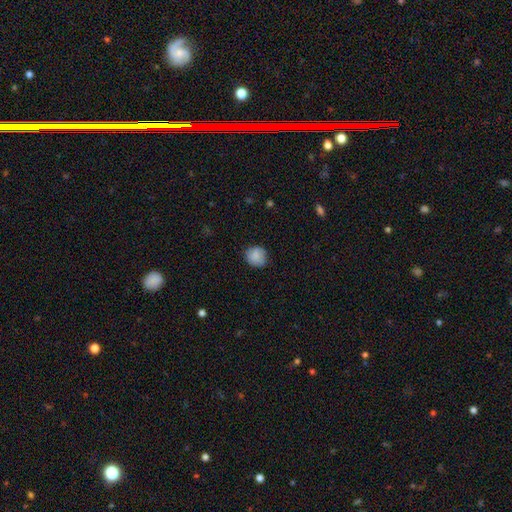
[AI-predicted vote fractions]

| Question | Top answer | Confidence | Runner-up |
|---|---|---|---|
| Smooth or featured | smooth | 81% | featured or disk (11%) |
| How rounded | round | 83% | in between (16%) |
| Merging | none | 80% | minor disturbance (16%) |